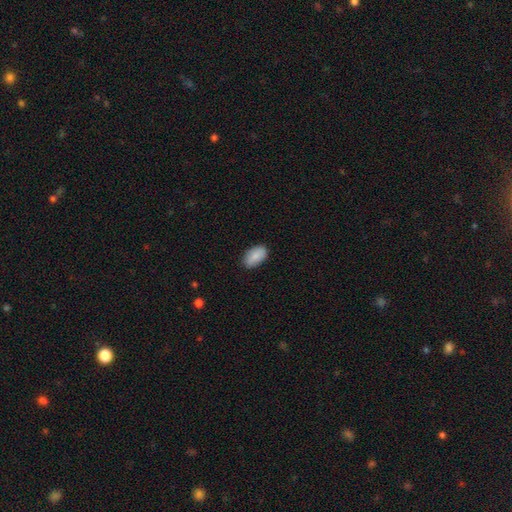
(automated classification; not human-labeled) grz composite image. It shows a smooth galaxy with no disk features (86%) that is in between round and cigar-shaped (94%). Merging: none (85%).